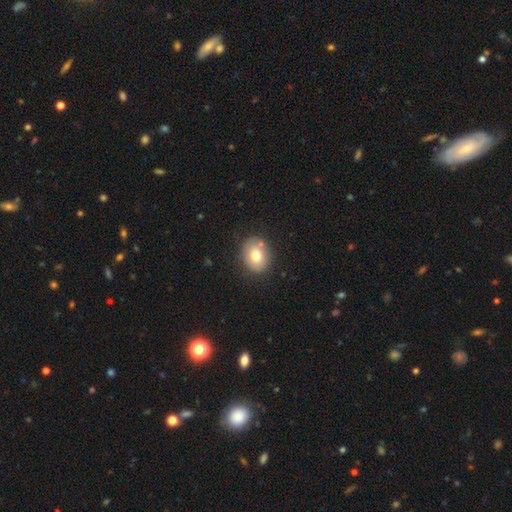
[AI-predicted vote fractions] Q: Smooth or featured?
A: smooth (74%); runner-up: featured or disk (17%)
Q: How rounded?
A: round (53%); runner-up: in between (46%)
Q: Merging?
A: none (79%); runner-up: minor disturbance (13%)